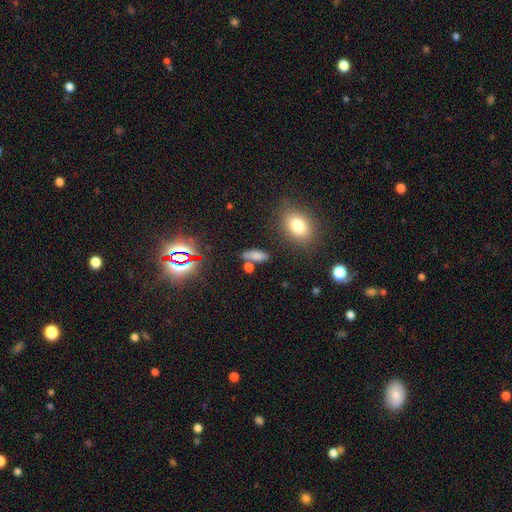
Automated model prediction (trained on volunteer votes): The model was most divided on "how rounded": in between: 65%, cigar-shaped: 28%, round: 7%. More confident: smooth or featured — smooth (72%); merging — none (68%).